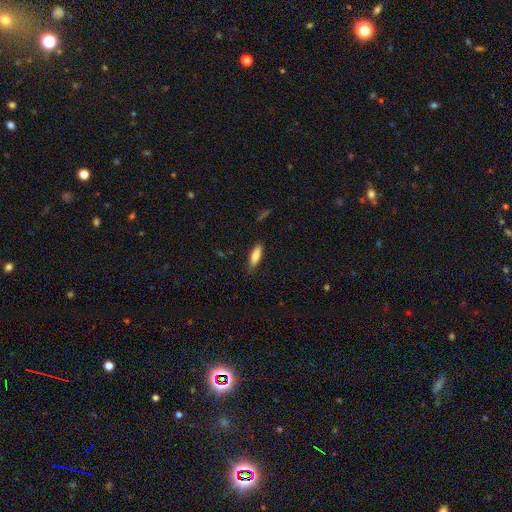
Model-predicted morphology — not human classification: The model was most divided on "how rounded": in between: 55%, cigar-shaped: 43%, round: 2%. More confident: smooth or featured — smooth (83%); merging — none (83%).